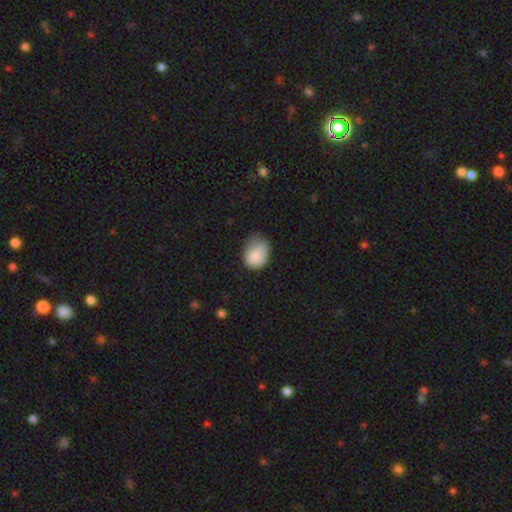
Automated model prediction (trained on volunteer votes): The model was most divided on "merging": minor disturbance: 46%, none: 35%, major disturbance: 17%, merger: 2%. More confident: smooth or featured — smooth (83%); how rounded — in between (65%).